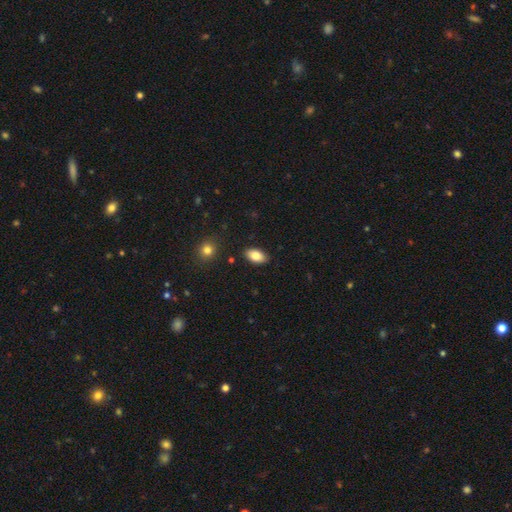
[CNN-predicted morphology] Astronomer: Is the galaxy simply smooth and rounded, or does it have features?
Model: smooth — 84%.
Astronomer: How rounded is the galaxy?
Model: in between — 93%.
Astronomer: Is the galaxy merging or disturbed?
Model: none — 88%.